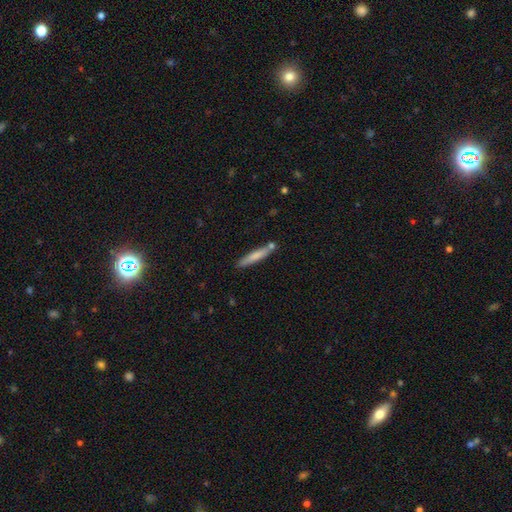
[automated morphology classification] smooth 71%, featured or disk 23%, star or artifact 6%. Down the decision tree: how rounded — cigar-shaped (92%); merging — none (77%).